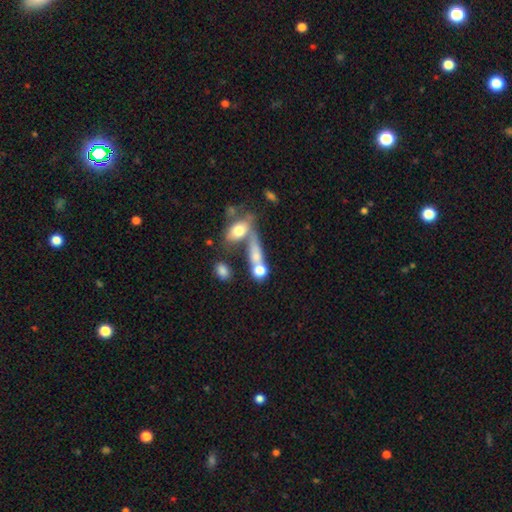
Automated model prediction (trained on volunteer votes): Smooth or featured? Predicted: smooth (p=0.55). How rounded? Predicted: in between (p=0.45). Merging? Predicted: merger (p=0.38).